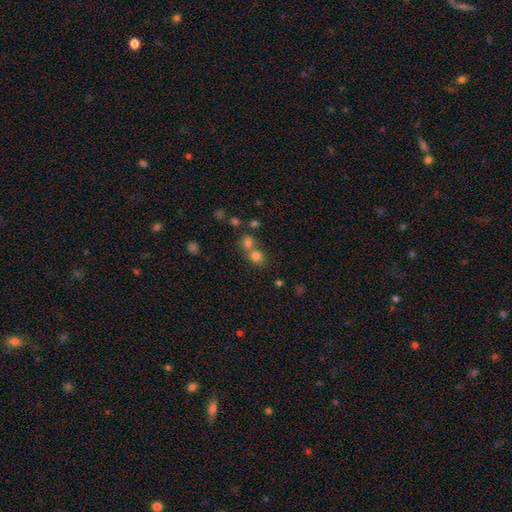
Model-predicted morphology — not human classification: The model was most divided on "merging": merger: 50%, none: 40%, minor disturbance: 6%, major disturbance: 3%. More confident: smooth or featured — smooth (76%); how rounded — round (71%).